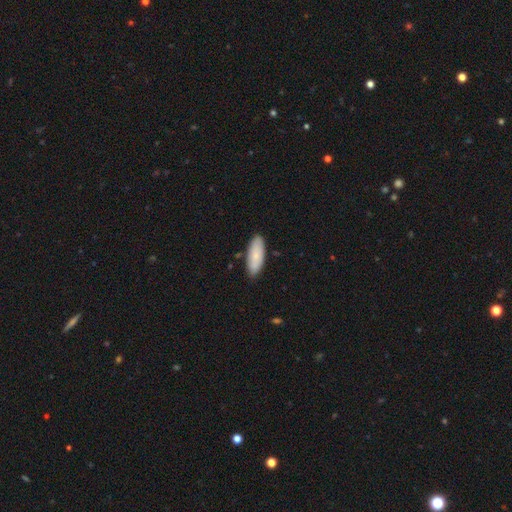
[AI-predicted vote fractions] Morphology: type=smooth (80%); roundness=in between (71%); merging=none (84%).